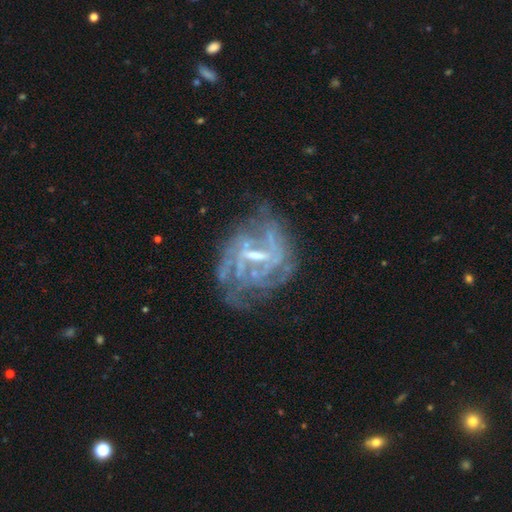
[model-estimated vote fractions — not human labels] featured or disk 85%, star or artifact 8%, smooth 7%. Down the decision tree: edge-on disk — no (96%); bar — weak (44%); spiral arms — yes (84%); spiral arm count — can't tell (42%); spiral winding — tight (49%); bulge size — small (44%); merging — none (58%).